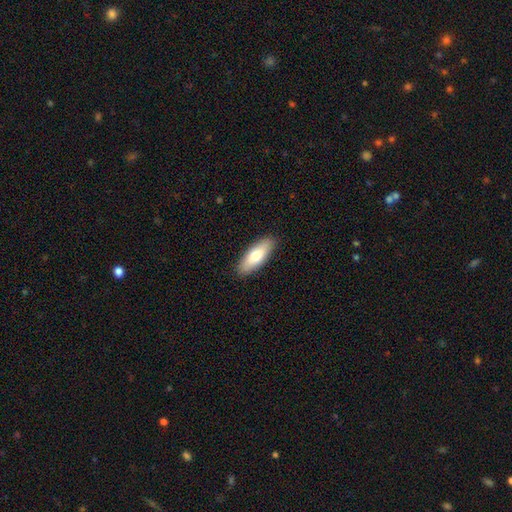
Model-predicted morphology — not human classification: smooth-or-featured: smooth: 72% | featured or disk: 22% | star or artifact: 6%
  how-rounded: in between: 66% | cigar-shaped: 32% | round: 2%
  merging: none: 90% | minor disturbance: 8% | major disturbance: 2% | merger: 1%